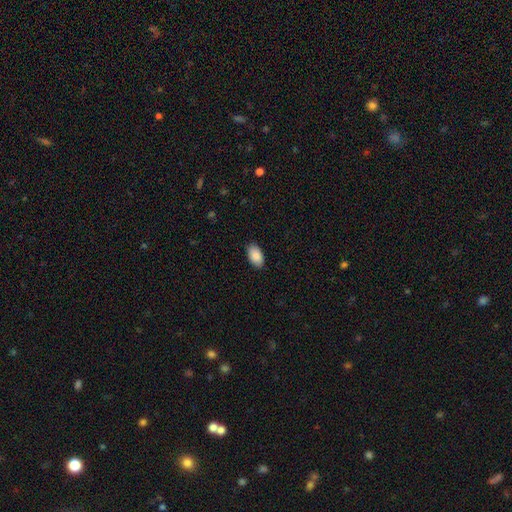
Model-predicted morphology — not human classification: Smooth or featured?
  - smooth: 89% *
  - star or artifact: 6%
  - featured or disk: 5%
How rounded?
  - in between: 95% *
  - round: 4%
  - cigar-shaped: 2%
Merging?
  - none: 87% *
  - minor disturbance: 10%
  - major disturbance: 2%
  - merger: 1%